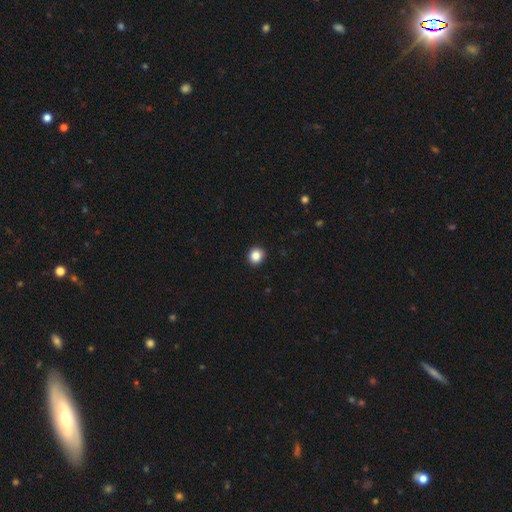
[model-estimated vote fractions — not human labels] smooth-or-featured: smooth: 86% | star or artifact: 10% | featured or disk: 4%
  how-rounded: round: 84% | in between: 15% | cigar-shaped: 1%
  merging: none: 92% | minor disturbance: 5% | major disturbance: 1% | merger: 1%